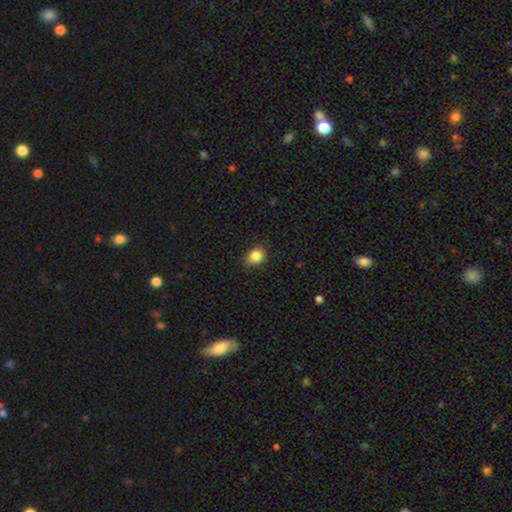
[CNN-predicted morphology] Q: Smooth or featured?
A: smooth (86%); runner-up: star or artifact (10%)
Q: How rounded?
A: in between (52%); runner-up: round (47%)
Q: Merging?
A: none (83%); runner-up: minor disturbance (13%)